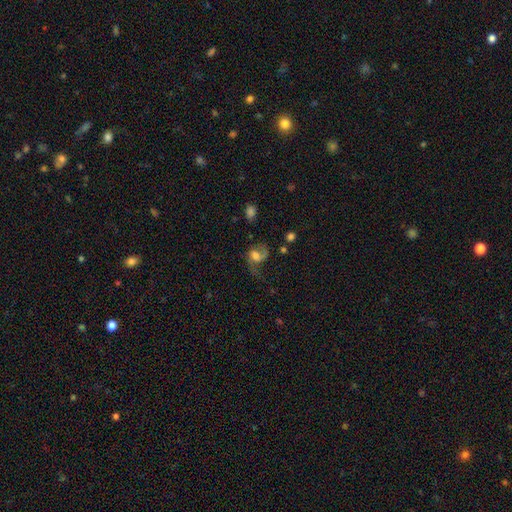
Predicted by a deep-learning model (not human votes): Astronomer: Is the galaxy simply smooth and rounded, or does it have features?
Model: featured or disk — 61%.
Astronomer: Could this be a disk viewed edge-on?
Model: no — 97%.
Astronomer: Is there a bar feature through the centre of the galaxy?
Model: no — 52% (runner-up: weak, 38%).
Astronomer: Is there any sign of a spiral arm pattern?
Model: yes — 86%.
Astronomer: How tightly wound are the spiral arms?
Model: loose — 59%.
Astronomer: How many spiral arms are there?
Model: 2 — 65%.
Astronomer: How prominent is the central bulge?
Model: moderate — 50%.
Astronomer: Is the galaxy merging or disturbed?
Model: none — 39% (runner-up: major disturbance, 36%).